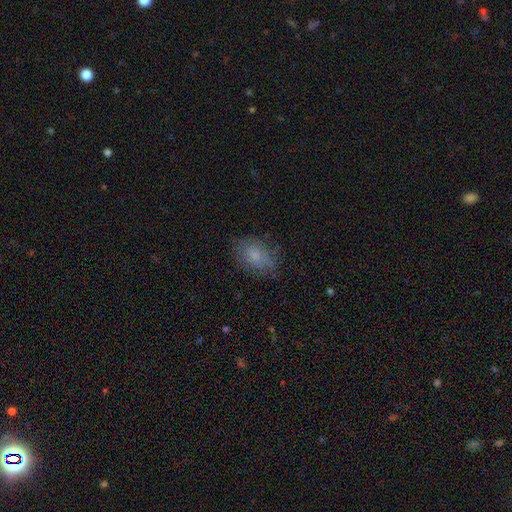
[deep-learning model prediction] Smooth or featured: smooth — 73% (featured or disk — 18%)
How rounded: in between — 77% (round — 21%)
Merging: none — 70% (minor disturbance — 21%)